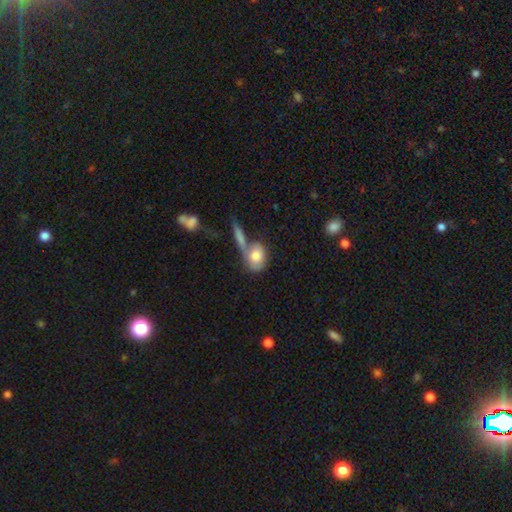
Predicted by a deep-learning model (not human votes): Smooth or featured? Predicted: smooth (p=0.74). How rounded? Predicted: in between (p=0.66). Merging? Predicted: merger (p=0.44).